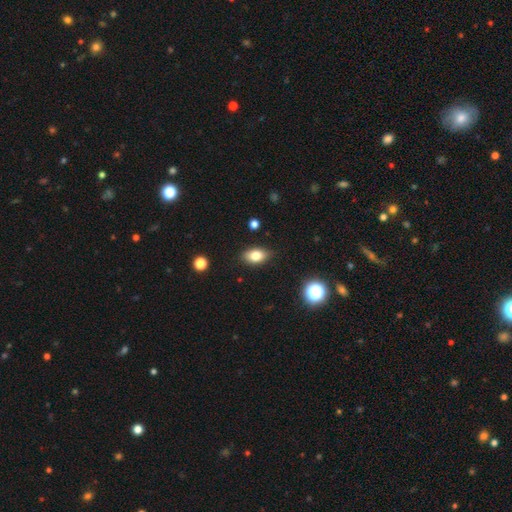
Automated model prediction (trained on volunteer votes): Morphology: type=smooth (79%); roundness=in between (86%); merging=none (86%).